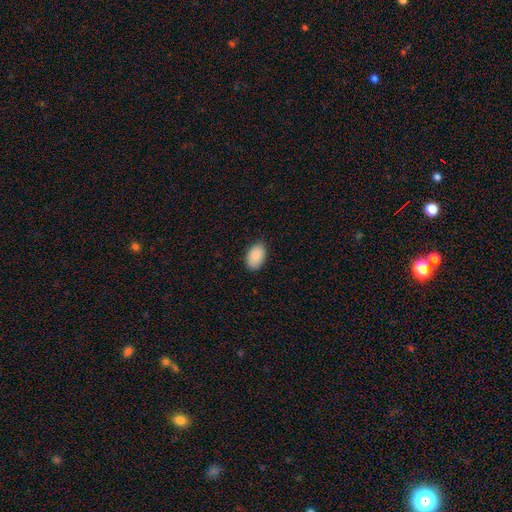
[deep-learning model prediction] Morphology: type=smooth (89%); roundness=in between (93%); merging=none (84%).